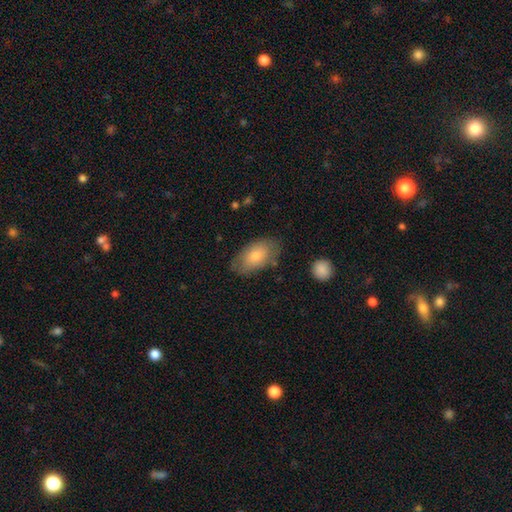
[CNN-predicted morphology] A smooth galaxy with no disk features (71%) that is in between round and cigar-shaped (93%).

Vote fractions:
- Smooth or featured? smooth: 71% / featured or disk: 21% / star or artifact: 7%
- How rounded? in between: 93% / round: 5% / cigar-shaped: 2%
- Merging? none: 76% / minor disturbance: 17% / major disturbance: 4% / merger: 2%